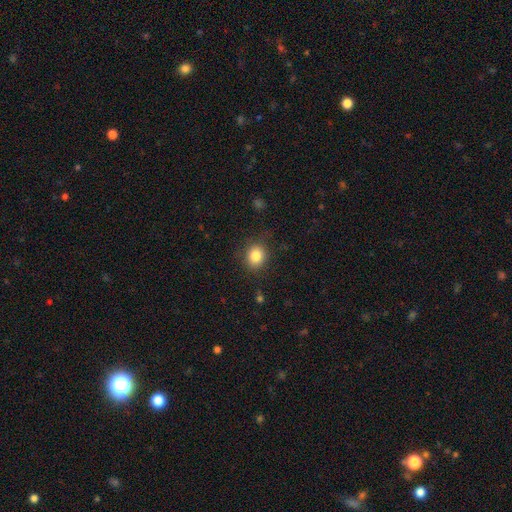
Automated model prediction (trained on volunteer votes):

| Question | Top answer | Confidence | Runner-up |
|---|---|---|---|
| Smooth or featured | smooth | 84% | star or artifact (10%) |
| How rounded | round | 70% | in between (29%) |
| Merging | none | 84% | minor disturbance (11%) |